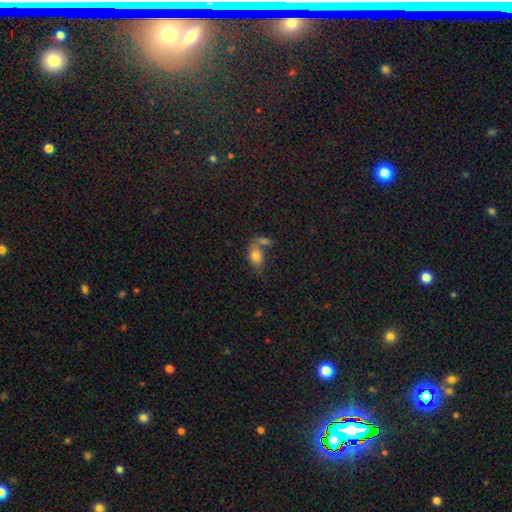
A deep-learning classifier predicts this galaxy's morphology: Smooth or featured: smooth — 72% (featured or disk — 18%)
How rounded: in between — 84% (round — 12%)
Merging: merger — 44% (none — 29%)